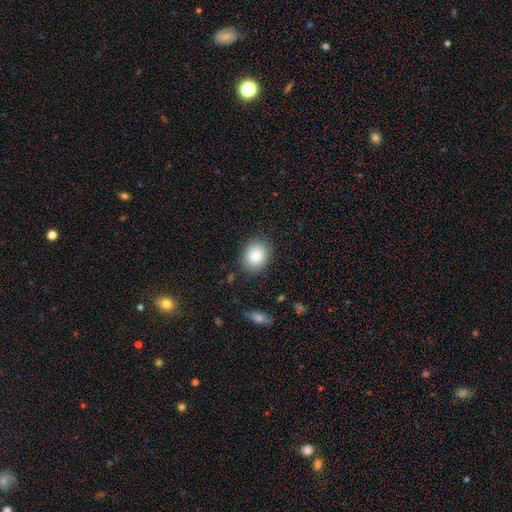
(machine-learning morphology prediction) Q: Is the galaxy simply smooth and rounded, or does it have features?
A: smooth — 86%.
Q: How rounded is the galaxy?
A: round — 61%.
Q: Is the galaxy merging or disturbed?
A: none — 86%.